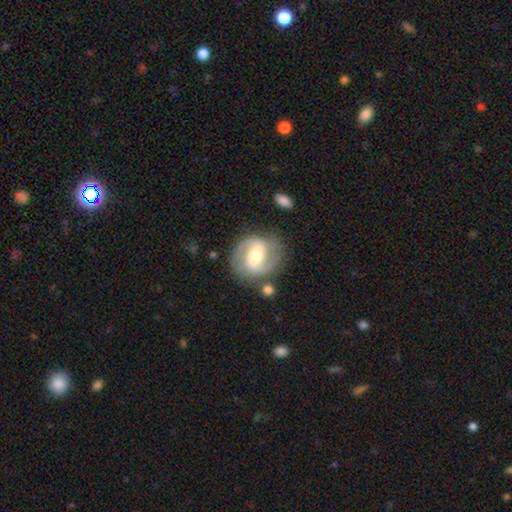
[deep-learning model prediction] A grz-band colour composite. It shows a featured or disk galaxy (80%) with a weak bar (46%), 2 (90%) medium (53%) spiral arms (93%) and a moderate central bulge (68%). Merging: none (78%).